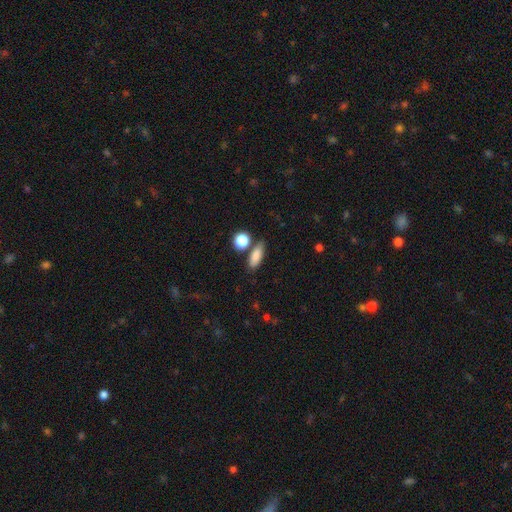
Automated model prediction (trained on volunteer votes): The model was most divided on "how rounded": in between: 67%, cigar-shaped: 24%, round: 9%. More confident: smooth or featured — smooth (84%); merging — none (70%).